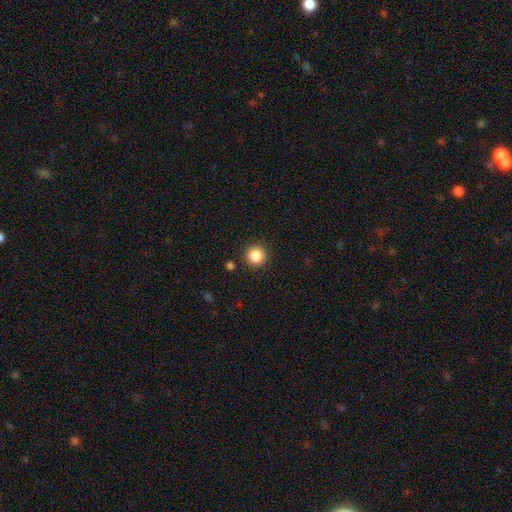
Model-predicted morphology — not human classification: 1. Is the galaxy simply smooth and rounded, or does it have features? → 86% smooth, 10% star or artifact, 4% featured or disk.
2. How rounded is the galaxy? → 95% round, 4% in between, 1% cigar-shaped.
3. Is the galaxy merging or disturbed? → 91% none, 6% minor disturbance, 2% major disturbance, 2% merger.